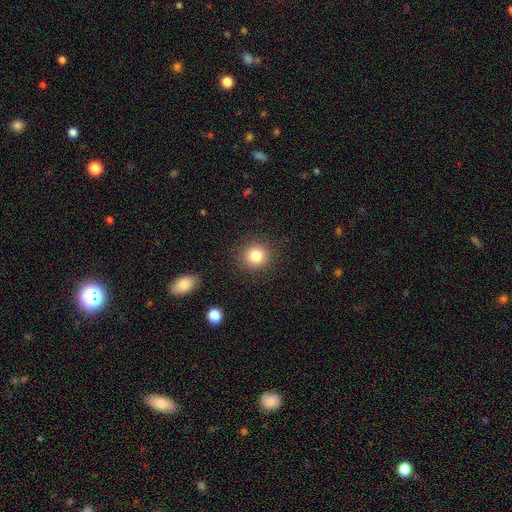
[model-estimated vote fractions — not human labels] This is clearly a smooth galaxy (82%). How rounded: clearly round (91%). Merging: clearly none (89%).